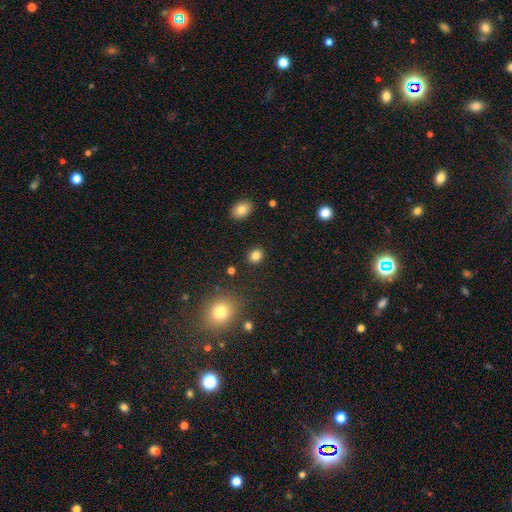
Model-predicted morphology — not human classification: Q: Smooth or featured?
A: smooth (84%); runner-up: star or artifact (12%)
Q: How rounded?
A: round (69%); runner-up: in between (30%)
Q: Merging?
A: none (89%); runner-up: minor disturbance (7%)